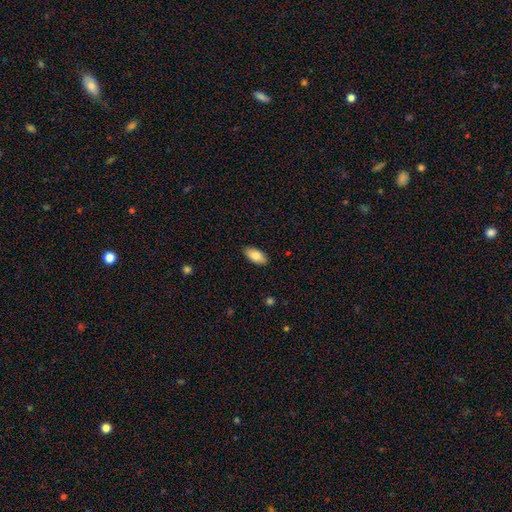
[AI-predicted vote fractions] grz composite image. It shows a smooth galaxy with no disk features (83%) that is in between round and cigar-shaped (92%). Merging: none (89%).